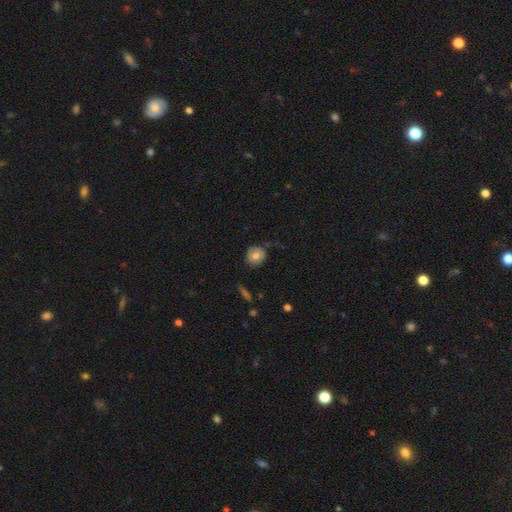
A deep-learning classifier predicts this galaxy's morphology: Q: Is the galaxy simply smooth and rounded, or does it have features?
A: smooth — 61%.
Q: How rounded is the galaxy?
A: round — 82%.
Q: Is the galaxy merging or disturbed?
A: none — 65%.